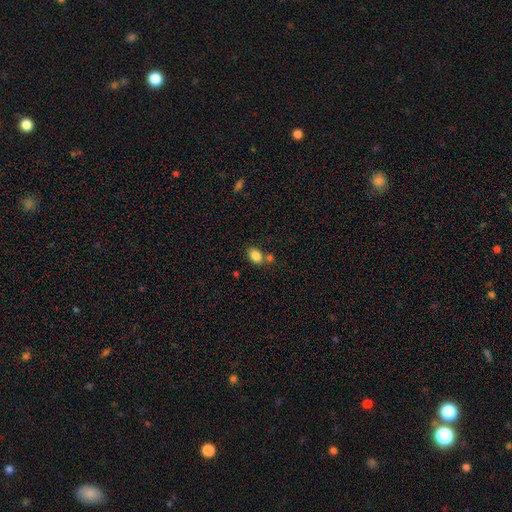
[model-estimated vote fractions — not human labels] smooth-or-featured: smooth: 85% | star or artifact: 9% | featured or disk: 6%
  how-rounded: in between: 77% | round: 21% | cigar-shaped: 1%
  merging: none: 60% | merger: 23% | minor disturbance: 12% | major disturbance: 4%